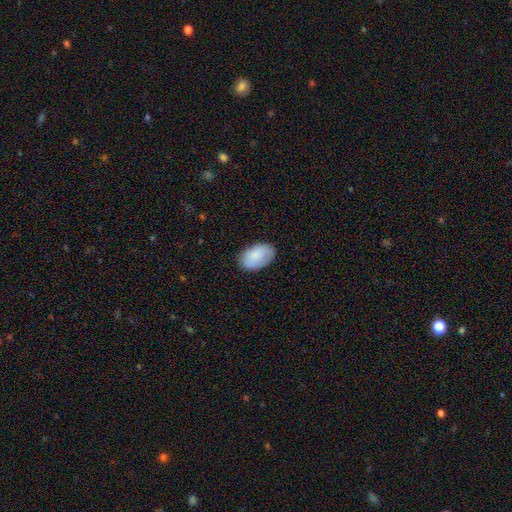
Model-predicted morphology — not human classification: Q: Smooth or featured?
A: smooth (86%); runner-up: featured or disk (8%)
Q: How rounded?
A: in between (93%); runner-up: round (6%)
Q: Merging?
A: none (83%); runner-up: minor disturbance (13%)